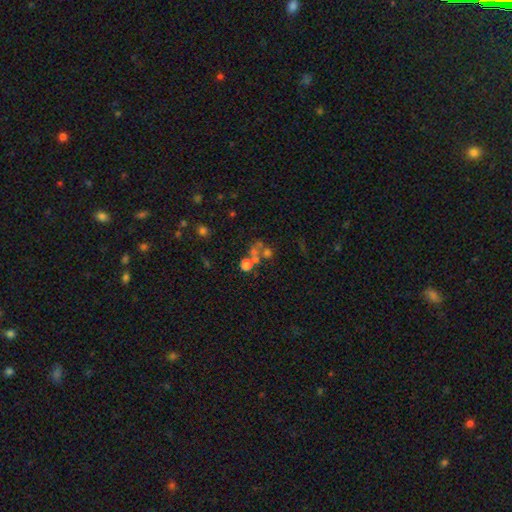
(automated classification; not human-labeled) This is marginally a star or artifact rather than a galaxy (45%).